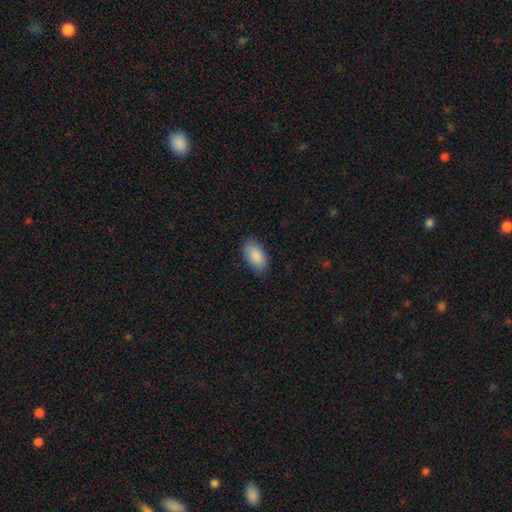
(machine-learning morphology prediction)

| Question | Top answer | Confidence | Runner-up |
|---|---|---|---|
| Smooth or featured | smooth | 88% | star or artifact (6%) |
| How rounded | in between | 94% | round (3%) |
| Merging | none | 82% | minor disturbance (14%) |